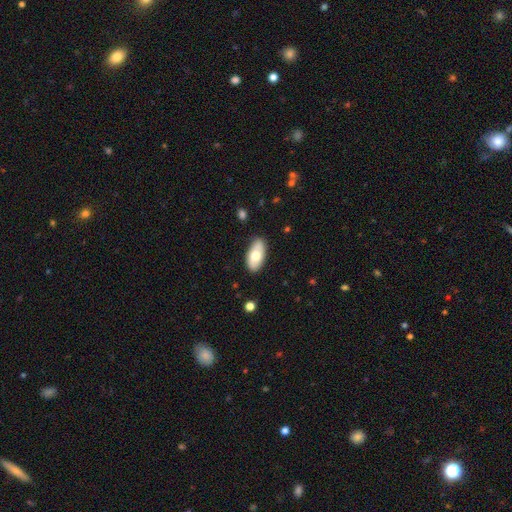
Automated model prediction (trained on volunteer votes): Smooth or featured? Predicted: smooth (p=0.67). How rounded? Predicted: in between (p=0.92). Merging? Predicted: none (p=0.85).